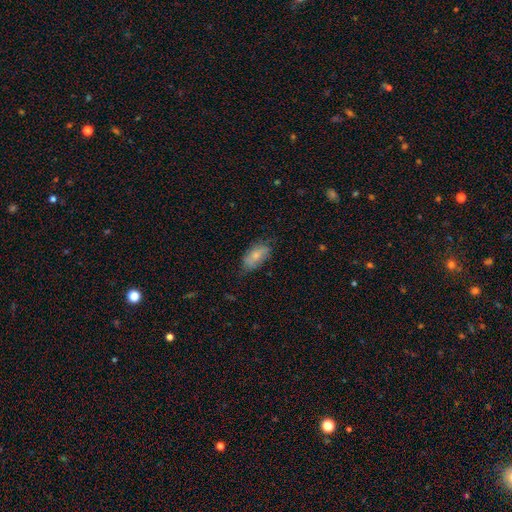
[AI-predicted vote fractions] A smooth galaxy with no disk features (71%) that is in between round and cigar-shaped (89%). Merging: none (65%).